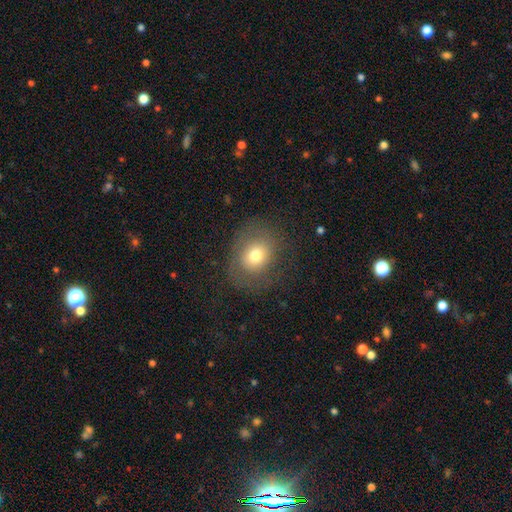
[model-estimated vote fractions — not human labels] Q: Smooth or featured?
A: smooth (67%); runner-up: featured or disk (22%)
Q: How rounded?
A: round (59%); runner-up: in between (40%)
Q: Merging?
A: none (71%); runner-up: minor disturbance (16%)